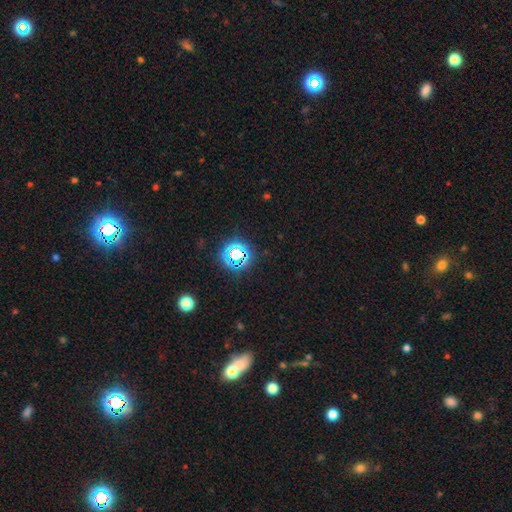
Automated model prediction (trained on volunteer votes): Smooth or featured: star or artifact — 69% (smooth — 22%)